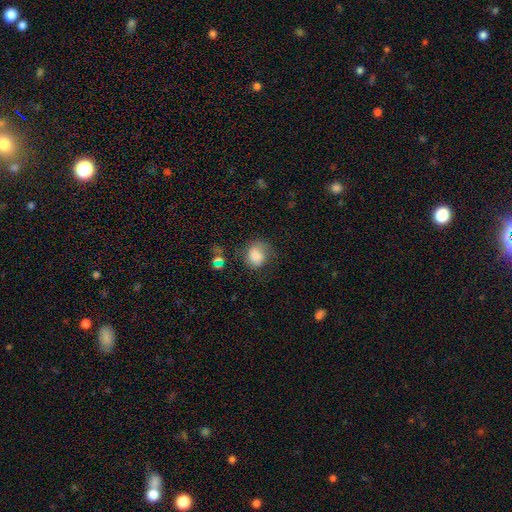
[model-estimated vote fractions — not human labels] The model was most divided on "merging": none: 52%, minor disturbance: 27%, major disturbance: 17%, merger: 3%. More confident: smooth or featured — smooth (78%); how rounded — round (64%).